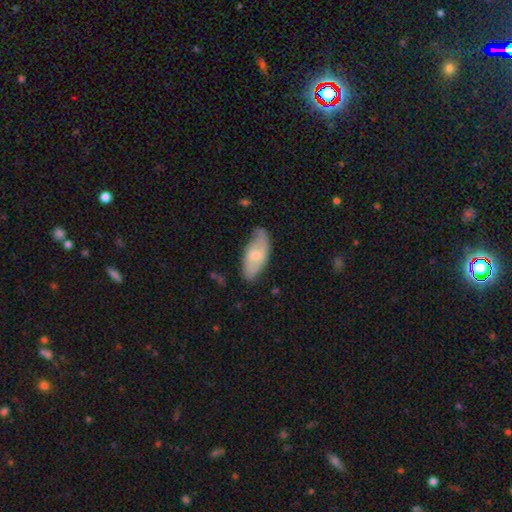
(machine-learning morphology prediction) smooth-or-featured: smooth: 55% | featured or disk: 39% | star or artifact: 6%
  how-rounded: in between: 89% | cigar-shaped: 8% | round: 2%
  merging: none: 62% | minor disturbance: 29% | major disturbance: 7% | merger: 2%